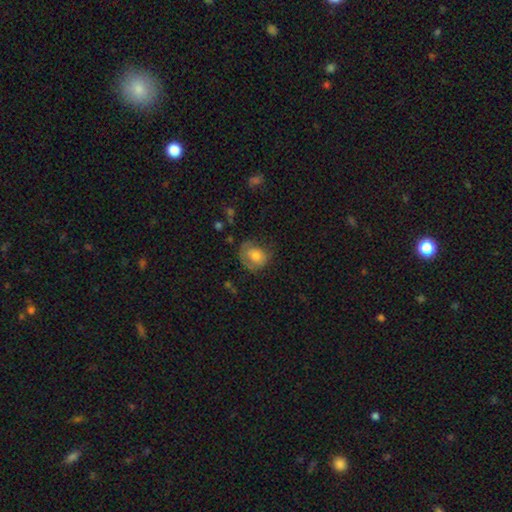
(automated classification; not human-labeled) Smooth or featured? Predicted: smooth (p=0.65). How rounded? Predicted: round (p=0.65). Merging? Predicted: none (p=0.52).